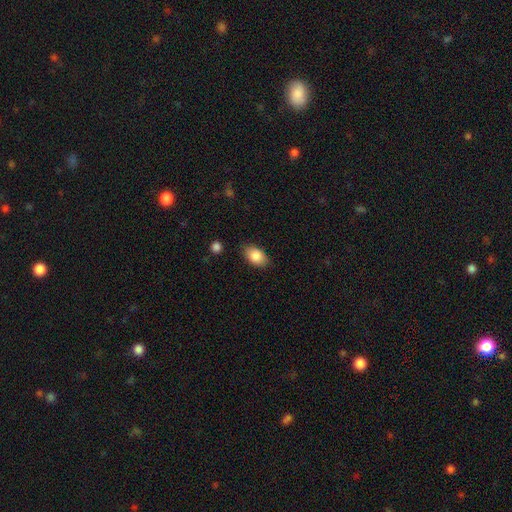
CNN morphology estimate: Smooth or featured? smooth (86%)
How rounded? in between (88%)
Merging? none (82%)